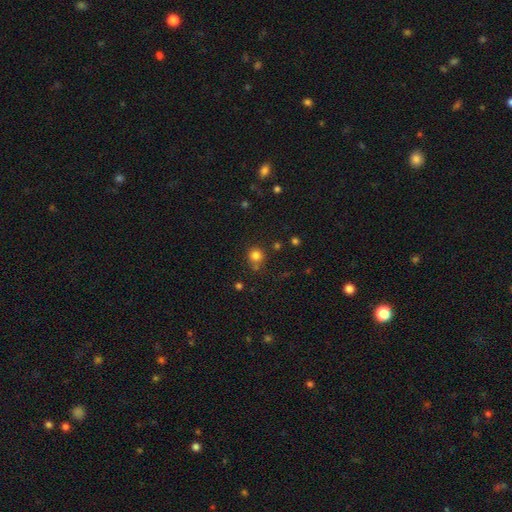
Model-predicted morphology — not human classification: smooth_or_featured: smooth (p=0.81) [alt: star or artifact p=0.14]
how_rounded: round (p=0.91) [alt: in between p=0.08]
merging: none (p=0.73) [alt: minor disturbance p=0.12]